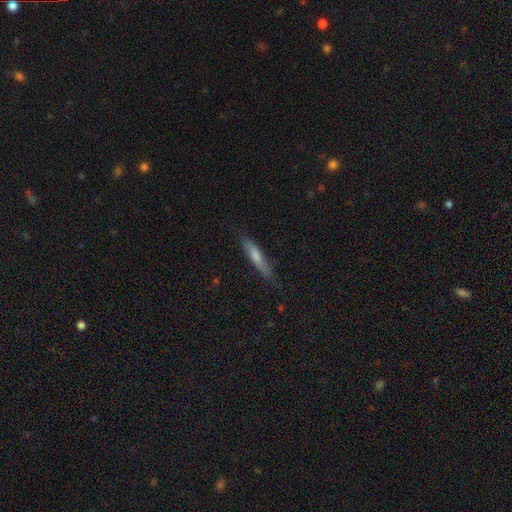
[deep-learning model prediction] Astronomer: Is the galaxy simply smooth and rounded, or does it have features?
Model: smooth — 55% (runner-up: featured or disk, 39%).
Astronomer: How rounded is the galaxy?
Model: cigar-shaped — 89%.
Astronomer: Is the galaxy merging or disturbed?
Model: none — 78%.